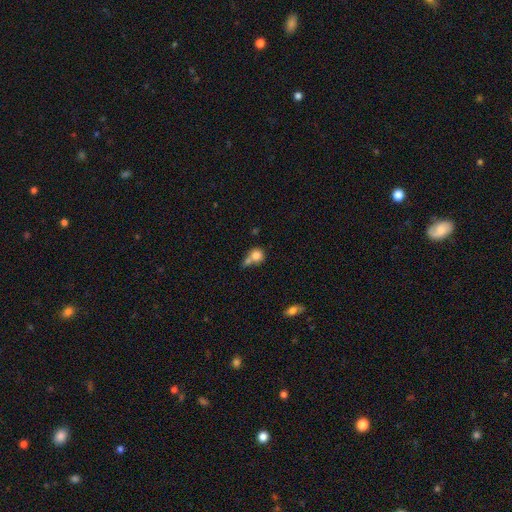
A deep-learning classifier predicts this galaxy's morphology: type=smooth (79%); roundness=round (81%); merging=merger (47%).